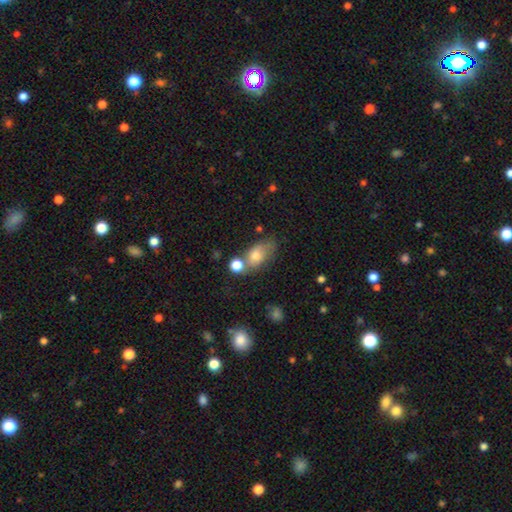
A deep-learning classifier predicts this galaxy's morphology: smooth-or-featured: smooth: 69% | featured or disk: 20% | star or artifact: 11%
  how-rounded: in between: 81% | round: 16% | cigar-shaped: 3%
  merging: none: 43% | merger: 23% | minor disturbance: 23% | major disturbance: 11%